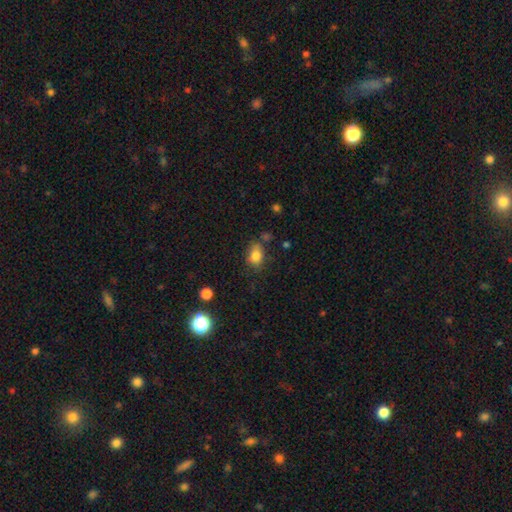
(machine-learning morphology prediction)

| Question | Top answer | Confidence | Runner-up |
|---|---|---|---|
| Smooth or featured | smooth | 81% | star or artifact (11%) |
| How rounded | in between | 60% | round (39%) |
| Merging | none | 60% | minor disturbance (22%) |